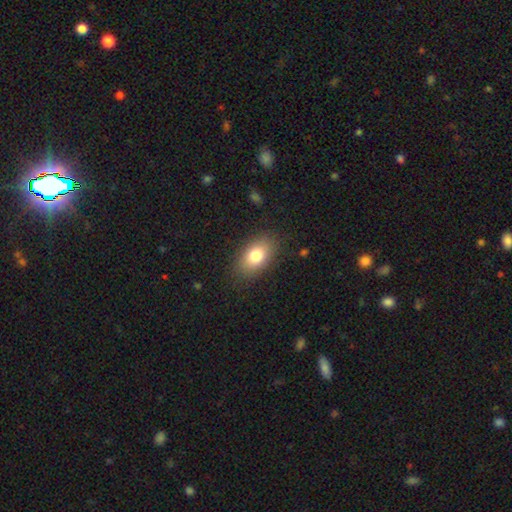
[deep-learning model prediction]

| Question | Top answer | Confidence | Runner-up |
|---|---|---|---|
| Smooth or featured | smooth | 79% | featured or disk (12%) |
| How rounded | in between | 89% | round (9%) |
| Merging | none | 85% | minor disturbance (11%) |